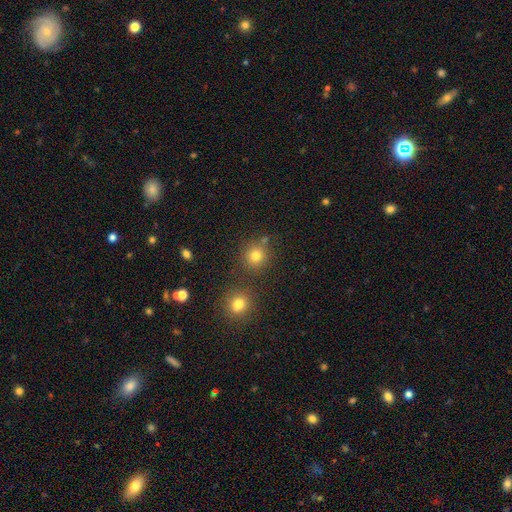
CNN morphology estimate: Q: Smooth or featured?
A: smooth (79%); runner-up: star or artifact (15%)
Q: How rounded?
A: round (90%); runner-up: in between (9%)
Q: Merging?
A: none (78%); runner-up: merger (10%)